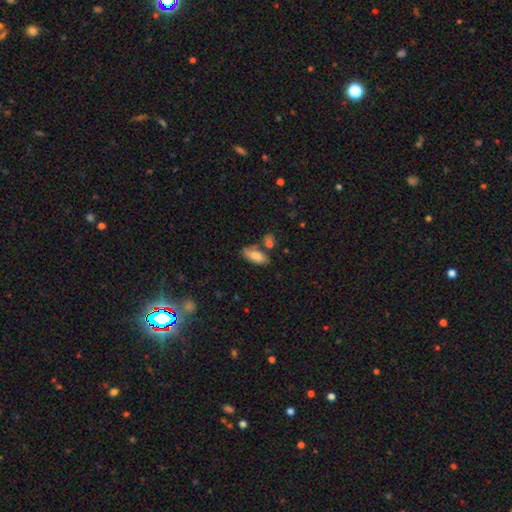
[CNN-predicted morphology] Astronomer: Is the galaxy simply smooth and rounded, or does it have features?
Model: smooth — 76%.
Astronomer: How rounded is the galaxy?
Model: in between — 86%.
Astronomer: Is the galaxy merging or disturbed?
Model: none — 58%.